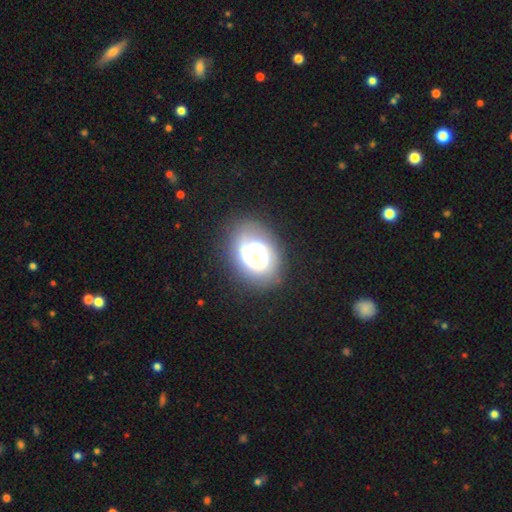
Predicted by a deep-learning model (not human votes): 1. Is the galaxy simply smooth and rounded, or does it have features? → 65% featured or disk, 26% smooth, 9% star or artifact.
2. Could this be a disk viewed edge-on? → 97% no, 3% yes.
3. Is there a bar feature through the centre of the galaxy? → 63% no, 26% weak, 10% strong.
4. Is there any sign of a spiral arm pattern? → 77% yes, 23% no.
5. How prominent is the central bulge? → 41% large, 28% moderate, 14% small, 12% dominant, 5% none.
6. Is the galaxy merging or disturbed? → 68% none, 18% minor disturbance, 11% major disturbance, 2% merger.